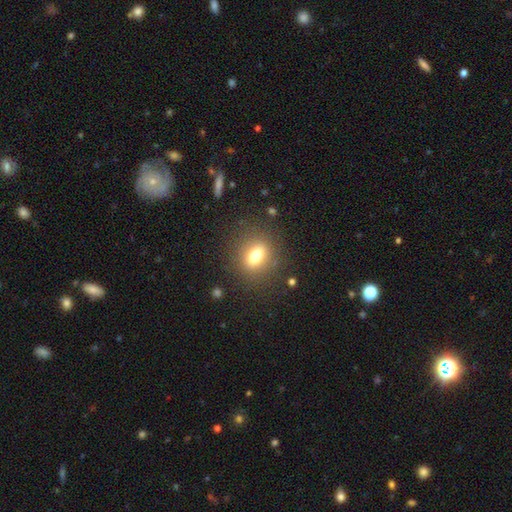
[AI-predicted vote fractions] This is likely a smooth galaxy (72%). How rounded: possibly in between (56%). Merging: clearly none (85%).